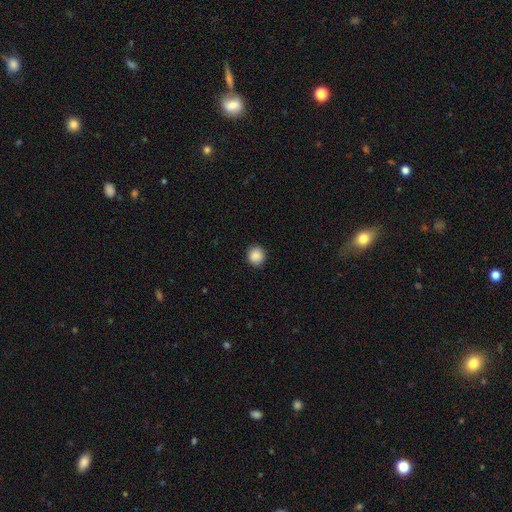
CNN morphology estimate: type=smooth (88%); roundness=round (89%); merging=none (90%).